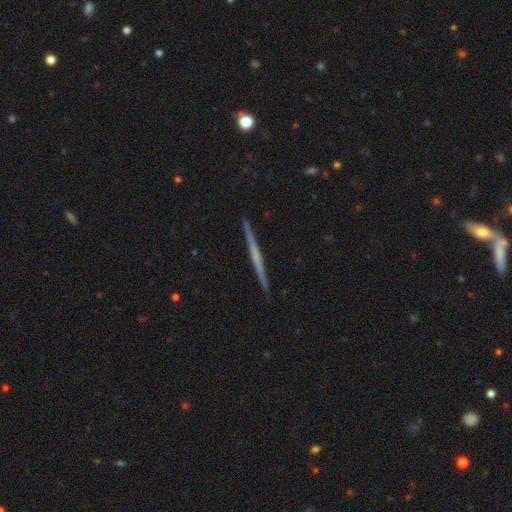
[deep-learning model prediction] Q: Smooth or featured?
A: featured or disk (63%); runner-up: smooth (31%)
Q: Edge-on disk?
A: yes (98%); runner-up: no (2%)
Q: Edge-on bulge?
A: none (83%); runner-up: rounded (12%)
Q: Merging?
A: none (93%); runner-up: minor disturbance (5%)